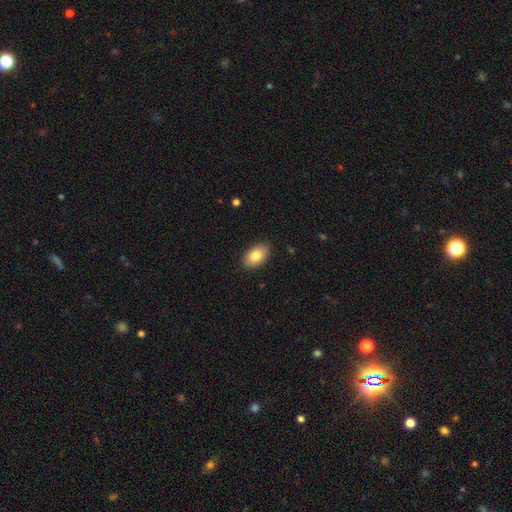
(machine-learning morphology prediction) smooth 82%, featured or disk 11%, star or artifact 7%. Down the decision tree: how rounded — in between (92%); merging — none (88%).